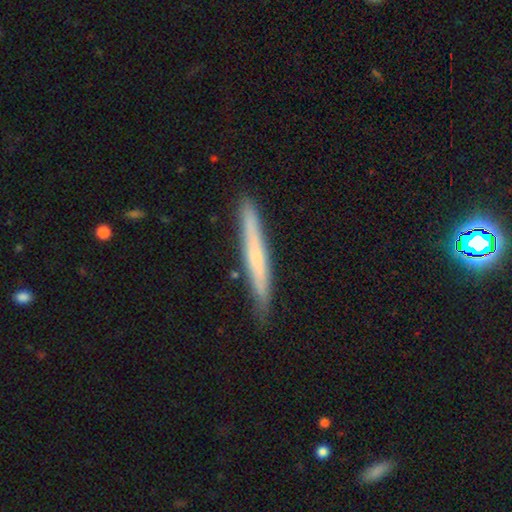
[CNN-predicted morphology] smooth_or_featured: smooth (p=0.51) [alt: featured or disk p=0.43]
how_rounded: cigar-shaped (p=0.96) [alt: in between p=0.02]
merging: none (p=0.87) [alt: minor disturbance p=0.10]